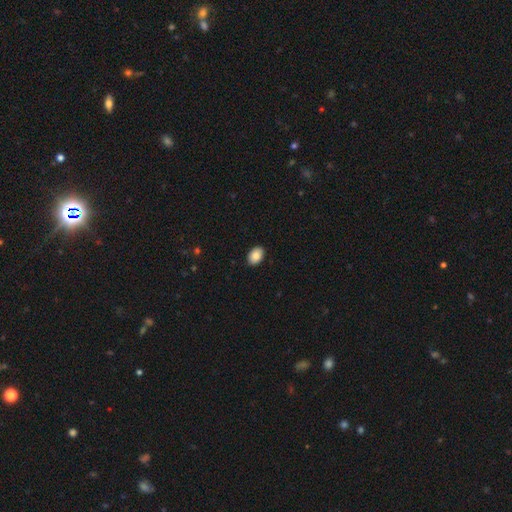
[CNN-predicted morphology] The model was most divided on "how rounded": in between: 86%, round: 13%, cigar-shaped: 1%. More confident: merging — none (90%); smooth or featured — smooth (89%).